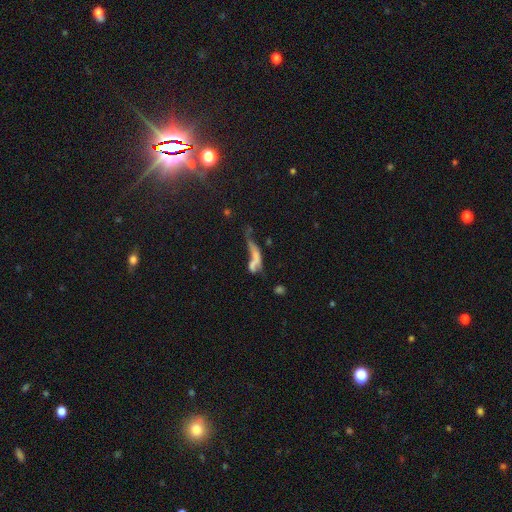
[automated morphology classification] Smooth or featured: smooth — 42% (featured or disk — 41%)
Merging: merger — 44% (major disturbance — 30%)